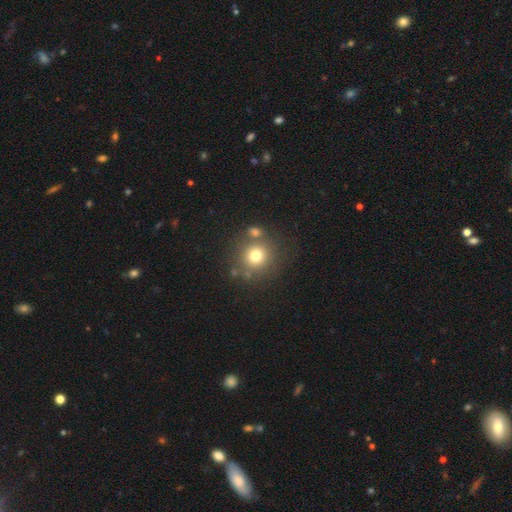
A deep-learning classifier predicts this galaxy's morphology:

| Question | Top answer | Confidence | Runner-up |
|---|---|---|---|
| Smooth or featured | smooth | 74% | star or artifact (14%) |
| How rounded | round | 92% | in between (7%) |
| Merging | none | 72% | merger (15%) |